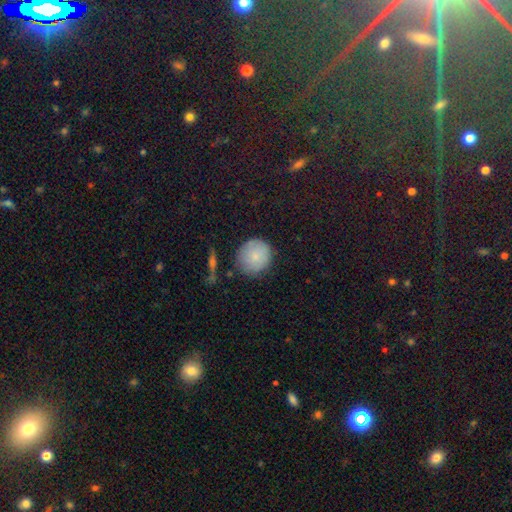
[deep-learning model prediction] Smooth or featured?
  - smooth: 83% *
  - featured or disk: 10%
  - star or artifact: 8%
How rounded?
  - round: 90% *
  - in between: 9%
  - cigar-shaped: 1%
Merging?
  - none: 79% *
  - minor disturbance: 15%
  - major disturbance: 4%
  - merger: 2%